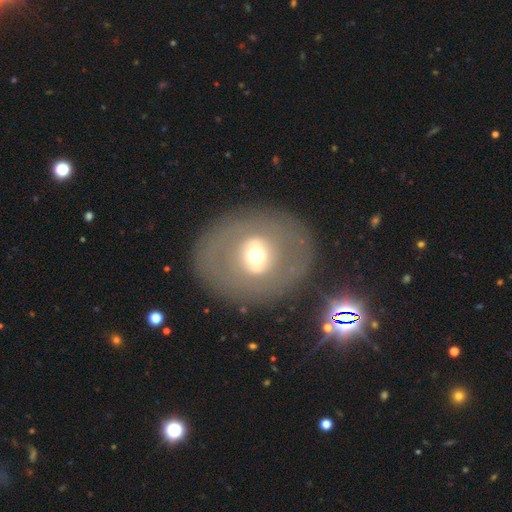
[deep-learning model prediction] Morphology: type=featured or disk (52%); edge-on=no (92%); merging=none (80%).